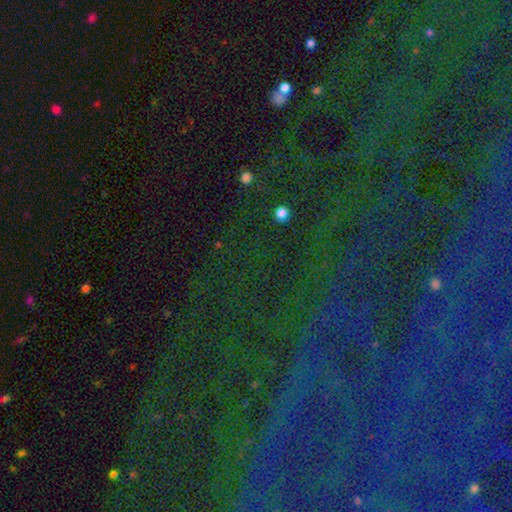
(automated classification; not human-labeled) Smooth or featured? star or artifact (76%)